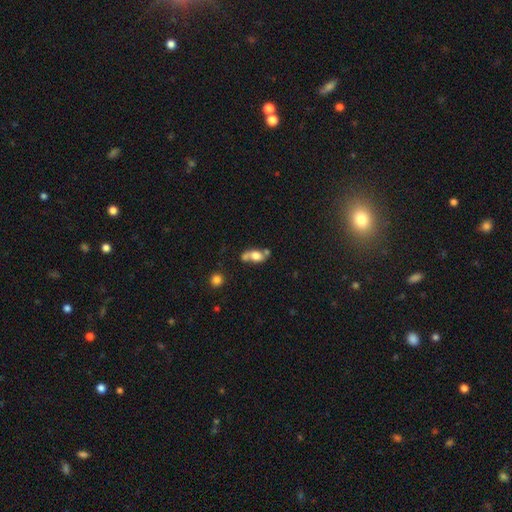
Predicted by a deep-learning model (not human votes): Smooth or featured: smooth — 62% (featured or disk — 27%)
How rounded: in between — 69% (round — 24%)
Merging: merger — 40% (none — 37%)